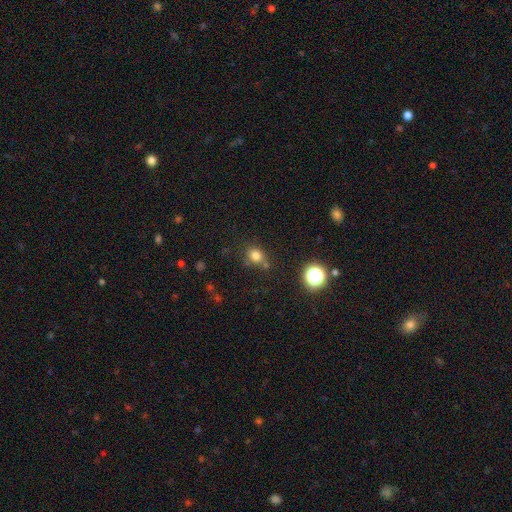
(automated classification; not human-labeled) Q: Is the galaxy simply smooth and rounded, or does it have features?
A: smooth — 76%.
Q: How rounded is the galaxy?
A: round — 73%.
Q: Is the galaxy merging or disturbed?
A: none — 67%.